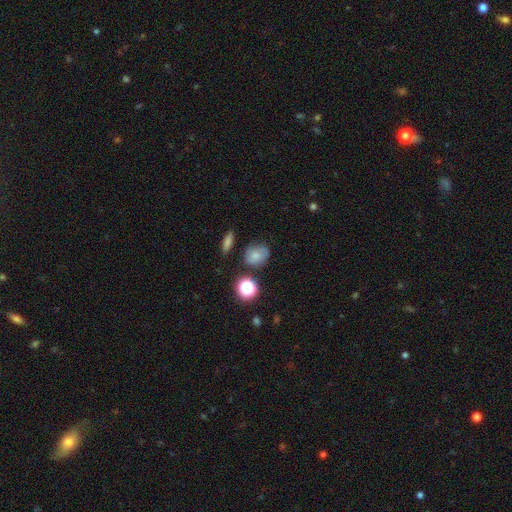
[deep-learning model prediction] A smooth galaxy with no disk features (71%) that is round (59%).

Vote fractions:
- Smooth or featured? smooth: 71% / star or artifact: 15% / featured or disk: 14%
- How rounded? round: 59% / in between: 40% / cigar-shaped: 1%
- Merging? none: 67% / minor disturbance: 22% / major disturbance: 6% / merger: 5%